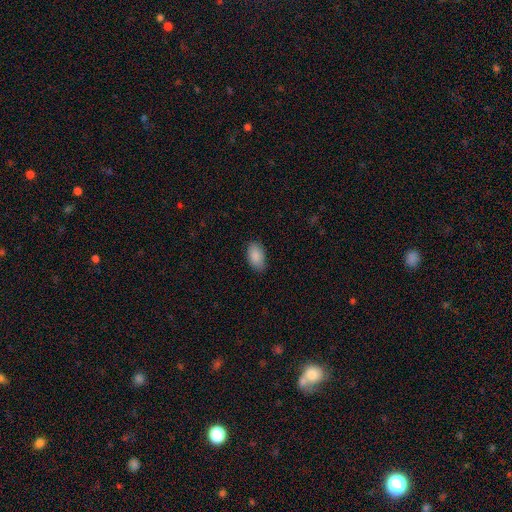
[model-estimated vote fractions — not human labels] Q: Smooth or featured?
A: smooth (89%); runner-up: star or artifact (6%)
Q: How rounded?
A: in between (94%); runner-up: round (5%)
Q: Merging?
A: none (84%); runner-up: minor disturbance (13%)